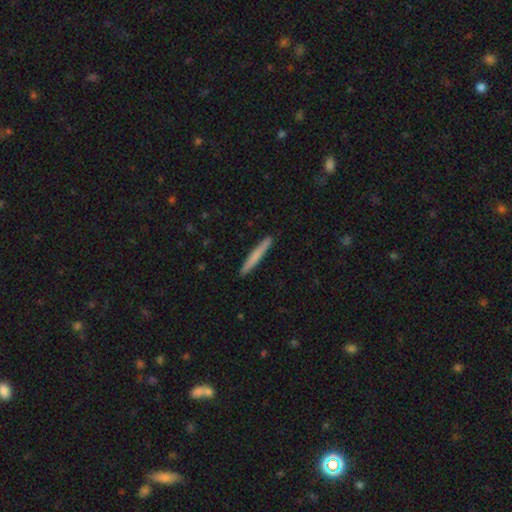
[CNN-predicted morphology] smooth 70%, featured or disk 25%, star or artifact 5%. Down the decision tree: how rounded — cigar-shaped (97%); merging — none (92%).